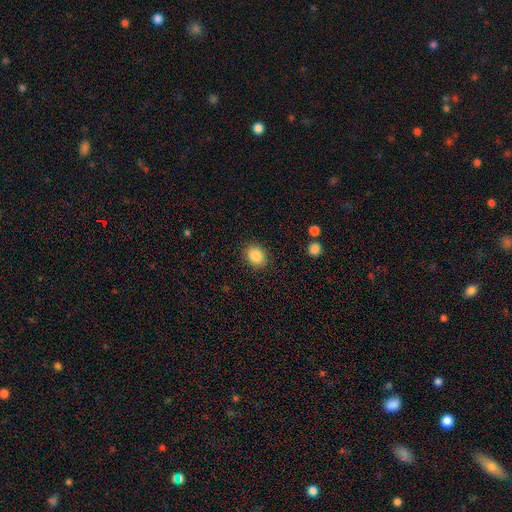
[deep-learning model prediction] smooth_or_featured: smooth (p=0.88) [alt: star or artifact p=0.08]
how_rounded: in between (p=0.53) [alt: round p=0.46]
merging: none (p=0.88) [alt: minor disturbance p=0.08]